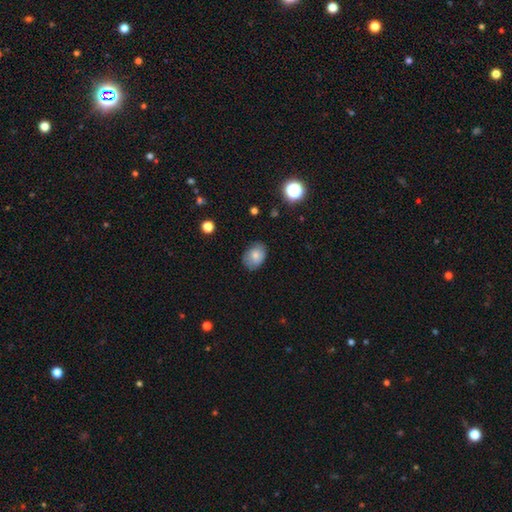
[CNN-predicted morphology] Smooth or featured?
  - smooth: 75% *
  - featured or disk: 16%
  - star or artifact: 9%
How rounded?
  - in between: 71% *
  - round: 28%
  - cigar-shaped: 1%
Merging?
  - none: 75% *
  - minor disturbance: 20%
  - major disturbance: 4%
  - merger: 1%